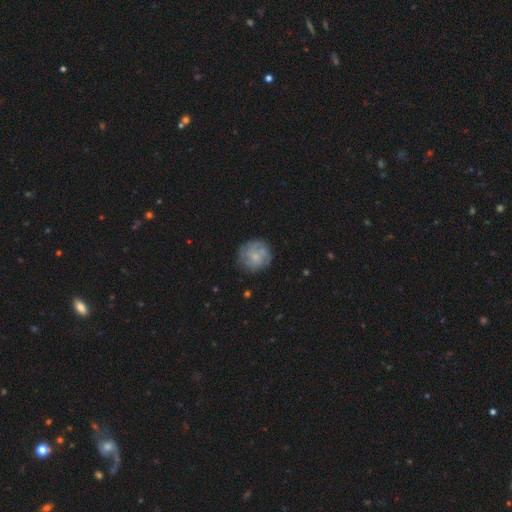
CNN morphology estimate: smooth_or_featured: featured or disk (p=0.48) [alt: smooth p=0.44]
merging: none (p=0.78) [alt: minor disturbance p=0.15]